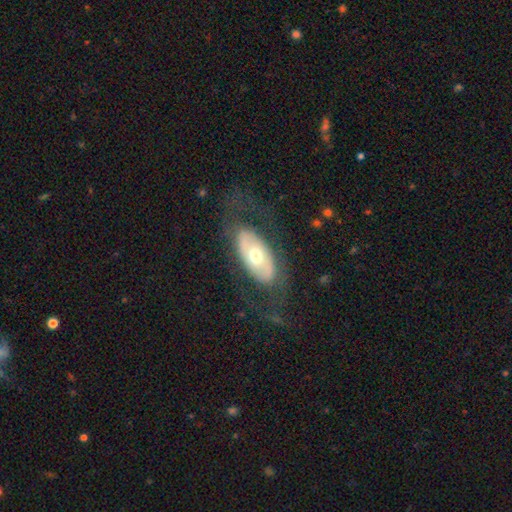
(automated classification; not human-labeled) Smooth or featured: featured or disk — 58% (smooth — 37%)
Edge-on disk: no — 86% (yes — 14%)
Merging: none — 72% (major disturbance — 14%)